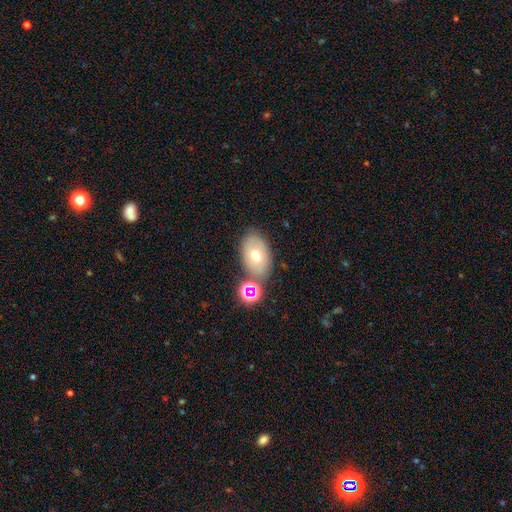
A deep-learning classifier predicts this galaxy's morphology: This is likely a smooth galaxy (64%). How rounded: clearly in between (87%). Merging: likely none (71%).